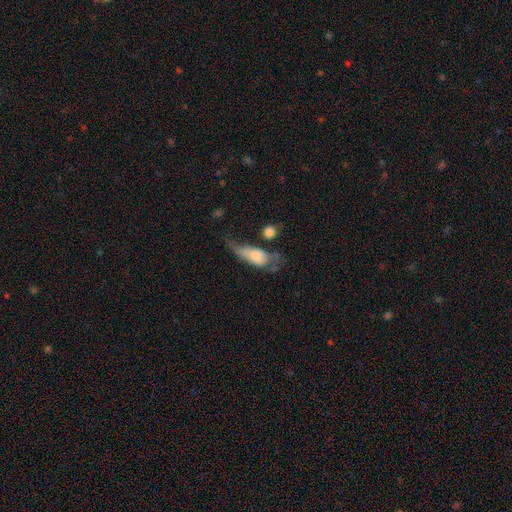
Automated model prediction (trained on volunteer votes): smooth_or_featured: smooth (p=0.62) [alt: featured or disk p=0.30]
how_rounded: in between (p=0.78) [alt: cigar-shaped p=0.16]
merging: major disturbance (p=0.39) [alt: minor disturbance p=0.25]